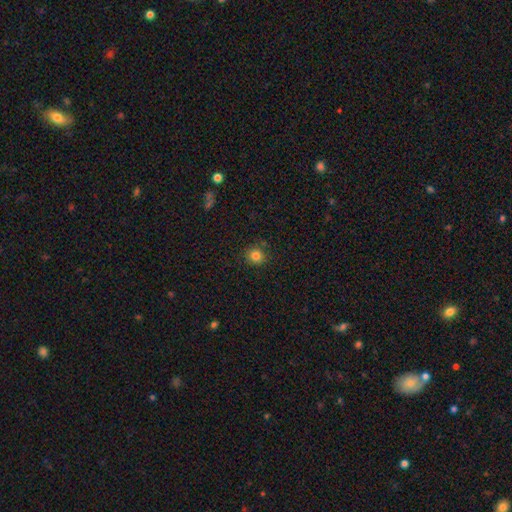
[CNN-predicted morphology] Overall: smooth (84%). How rounded: round (90%). Merging: none (87%).